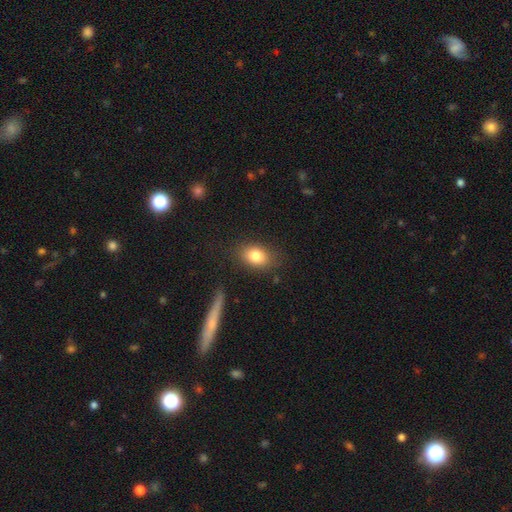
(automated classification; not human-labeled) Smooth or featured? smooth (81%)
How rounded? in between (72%)
Merging? none (82%)